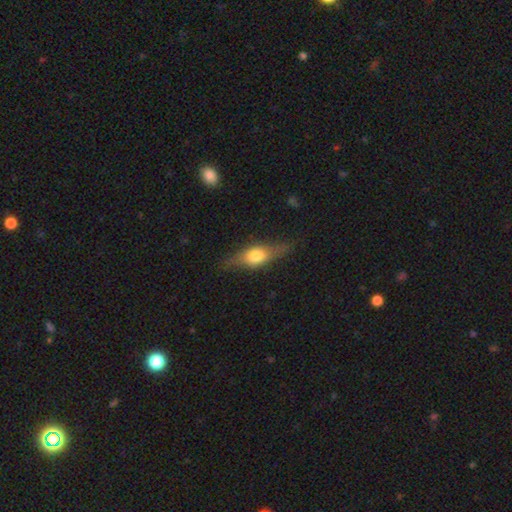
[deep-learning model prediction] Morphology: type=smooth (51%); roundness=in between (57%); merging=none (75%).